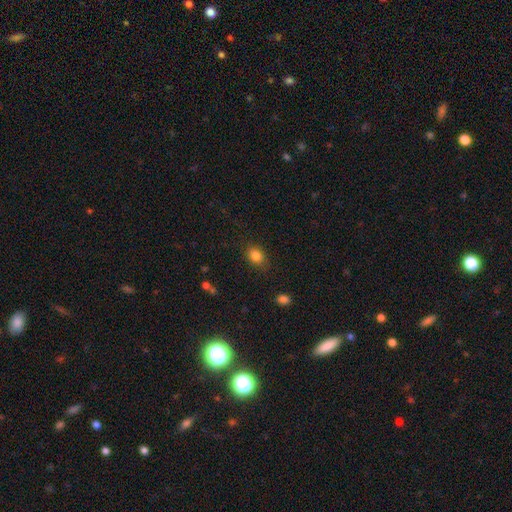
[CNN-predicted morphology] Smooth or featured? smooth (84%)
How rounded? in between (64%)
Merging? none (82%)